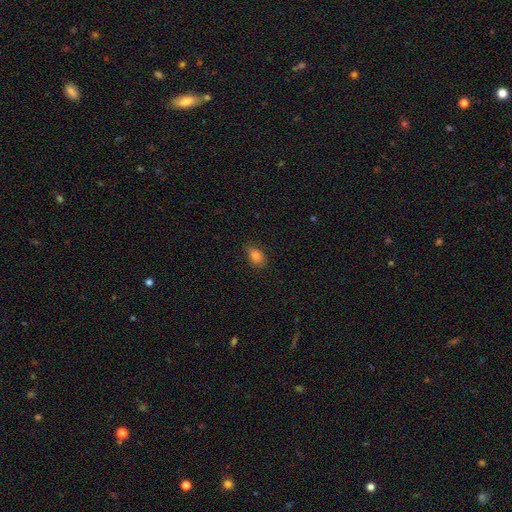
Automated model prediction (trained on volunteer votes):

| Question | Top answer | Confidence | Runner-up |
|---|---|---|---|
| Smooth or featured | smooth | 84% | star or artifact (11%) |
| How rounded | in between | 80% | round (18%) |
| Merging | none | 79% | minor disturbance (16%) |